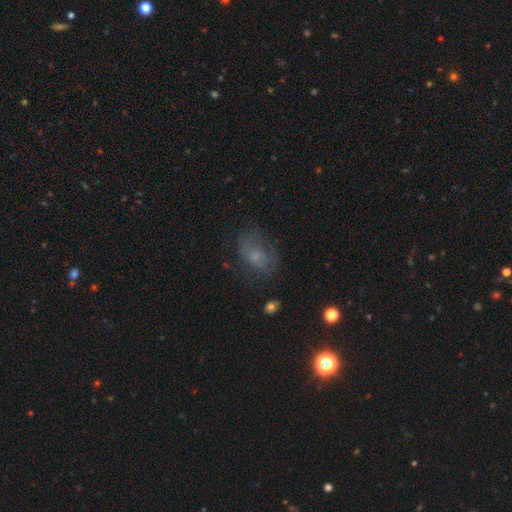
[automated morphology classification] The model was most divided on "smooth or featured": smooth: 54%, featured or disk: 30%, star or artifact: 16%. More confident: how rounded — in between (74%); merging — none (52%).